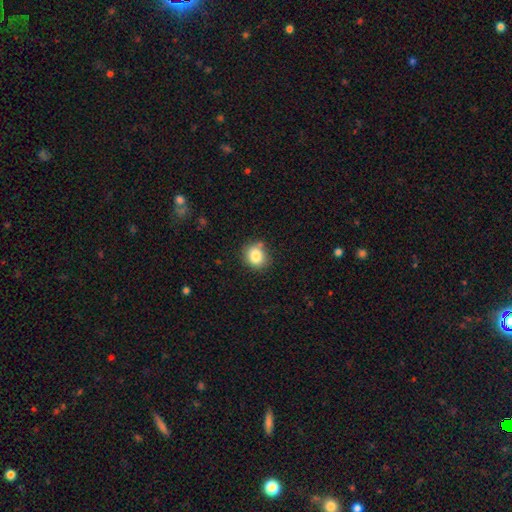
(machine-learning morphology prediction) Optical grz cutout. It shows a smooth galaxy with no disk features (84%) that is round (73%). Merging: none (78%).